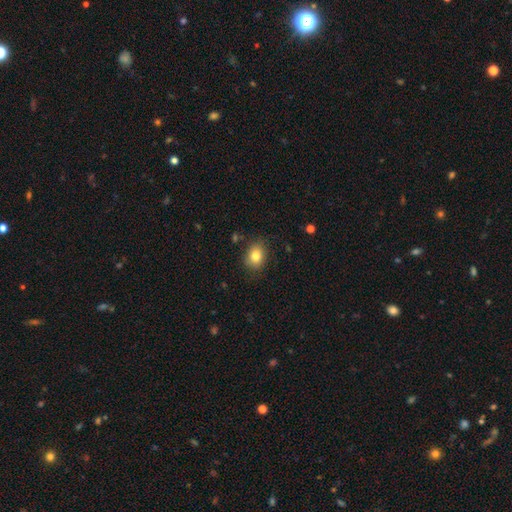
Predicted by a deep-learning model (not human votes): Q: Smooth or featured?
A: smooth (81%); runner-up: star or artifact (10%)
Q: How rounded?
A: in between (53%); runner-up: round (46%)
Q: Merging?
A: none (84%); runner-up: minor disturbance (12%)